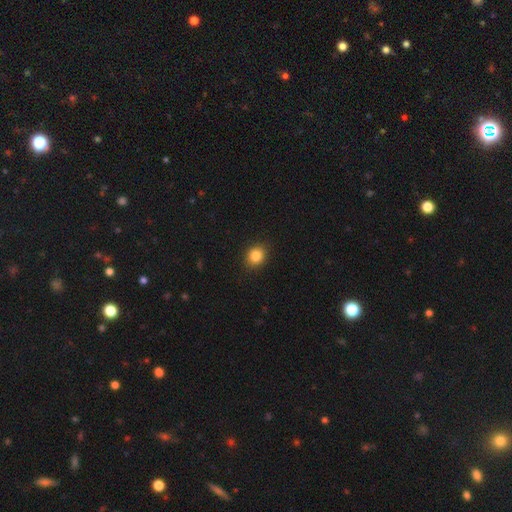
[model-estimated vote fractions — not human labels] A smooth galaxy with no disk features (84%) that is round (64%). Merging: none (89%).